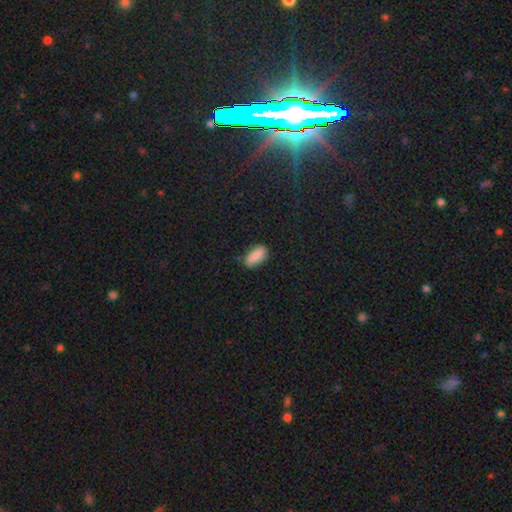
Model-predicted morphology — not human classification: Smooth or featured? smooth (83%)
How rounded? in between (86%)
Merging? none (81%)